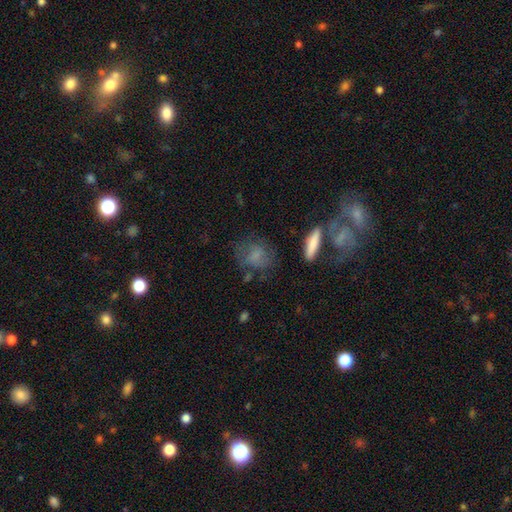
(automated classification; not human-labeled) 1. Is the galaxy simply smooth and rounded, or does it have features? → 65% smooth, 24% featured or disk, 12% star or artifact.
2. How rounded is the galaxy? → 50% in between, 45% round, 5% cigar-shaped.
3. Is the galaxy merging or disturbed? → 57% none, 21% minor disturbance, 16% major disturbance, 6% merger.